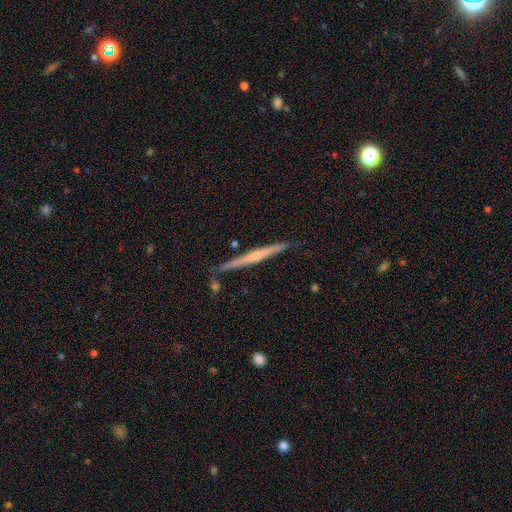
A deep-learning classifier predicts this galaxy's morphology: A featured or disk galaxy (67%) viewed edge-on (98%) with a rounded central bulge (51%).

Vote fractions:
- Smooth or featured? featured or disk: 67% / smooth: 28% / star or artifact: 6%
- Edge-on disk? yes: 98% / no: 2%
- Edge-on bulge? rounded: 51% / none: 40% / boxy: 9%
- Merging? none: 85% / minor disturbance: 10% / merger: 3% / major disturbance: 2%